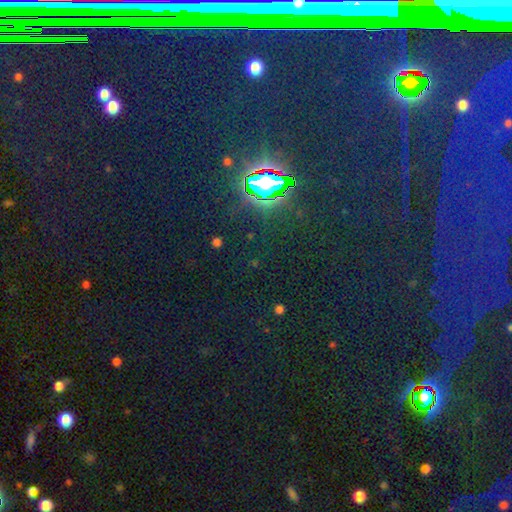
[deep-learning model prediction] Overall: star or artifact (82%).